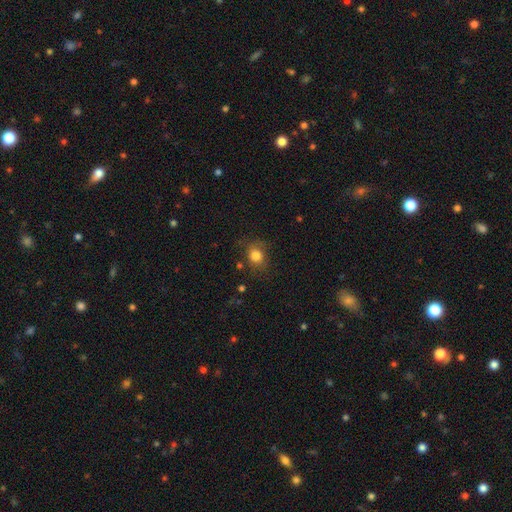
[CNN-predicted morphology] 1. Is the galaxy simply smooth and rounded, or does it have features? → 81% smooth, 11% star or artifact, 8% featured or disk.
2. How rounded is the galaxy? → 67% round, 32% in between, 1% cigar-shaped.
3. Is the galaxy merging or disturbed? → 71% none, 20% minor disturbance, 7% major disturbance, 2% merger.